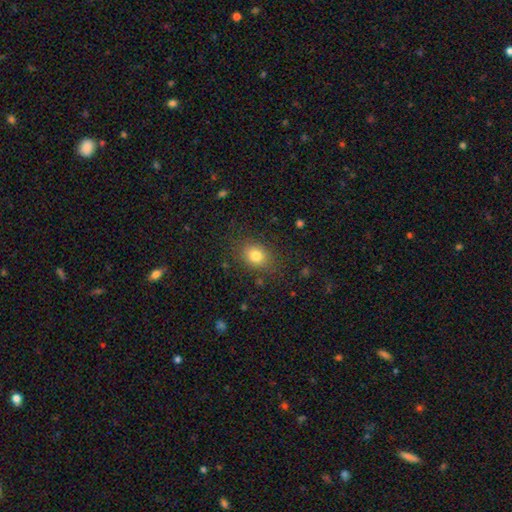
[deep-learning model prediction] The model was most divided on "how rounded": in between: 57%, round: 42%, cigar-shaped: 1%. More confident: merging — none (82%); smooth or featured — smooth (80%).